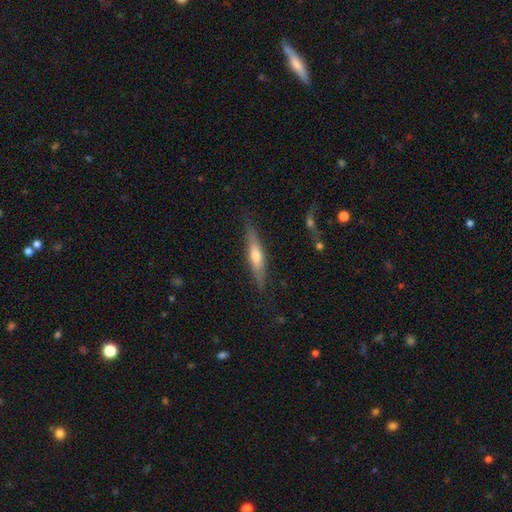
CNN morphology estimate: Smooth or featured: featured or disk — 55% (smooth — 38%)
Edge-on disk: yes — 92% (no — 8%)
Edge-on bulge: rounded — 81% (none — 13%)
Merging: none — 82% (minor disturbance — 13%)